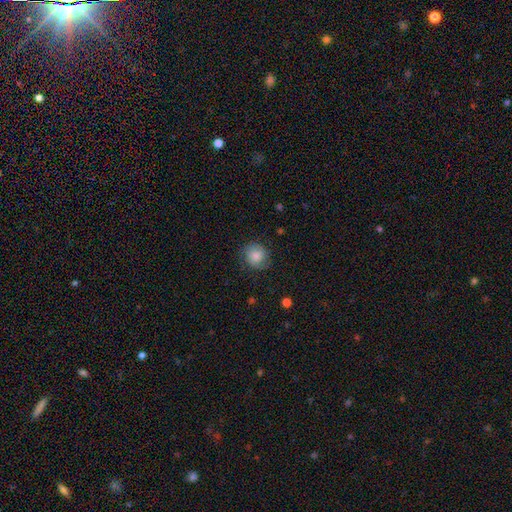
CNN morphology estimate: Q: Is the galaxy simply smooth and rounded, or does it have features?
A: smooth — 73%.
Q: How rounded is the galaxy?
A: round — 84%.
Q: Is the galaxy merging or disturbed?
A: none — 76%.